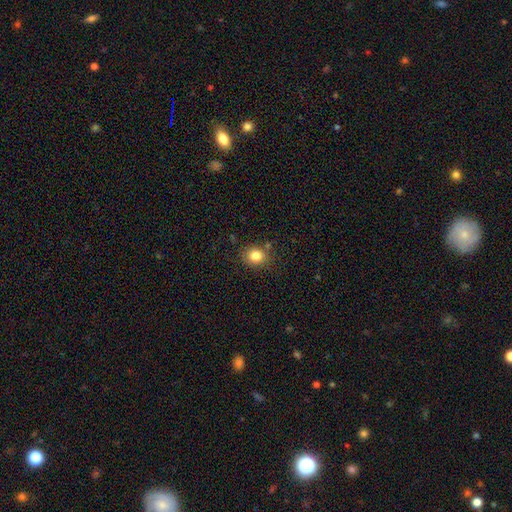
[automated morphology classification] Smooth or featured: smooth — 82% (star or artifact — 11%)
How rounded: round — 68% (in between — 31%)
Merging: none — 79% (minor disturbance — 13%)